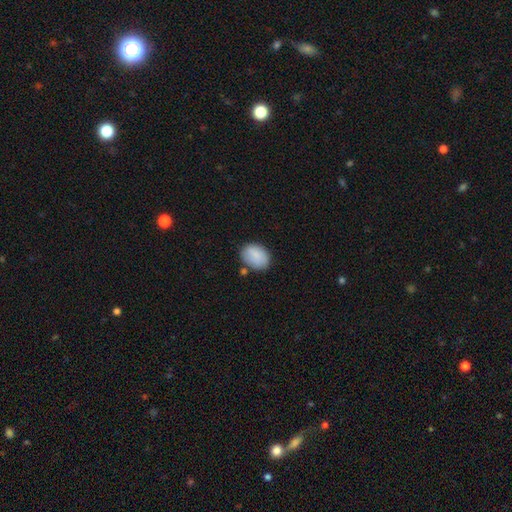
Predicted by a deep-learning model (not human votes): The model was most divided on "how rounded": in between: 71%, round: 28%, cigar-shaped: 1%. More confident: smooth or featured — smooth (86%); merging — none (70%).